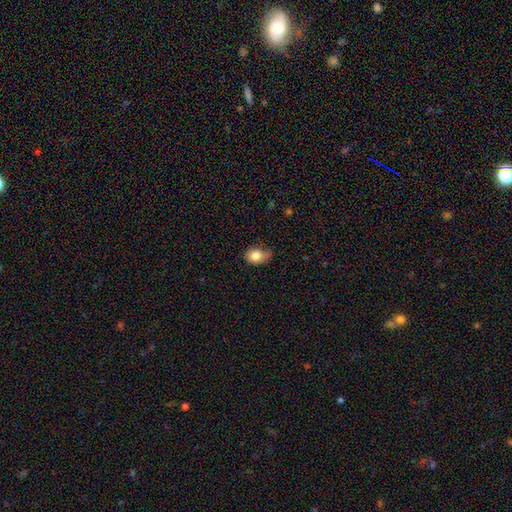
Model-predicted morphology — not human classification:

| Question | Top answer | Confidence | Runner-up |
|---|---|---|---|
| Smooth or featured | smooth | 81% | featured or disk (11%) |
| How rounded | in between | 70% | round (29%) |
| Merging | none | 48% | minor disturbance (39%) |